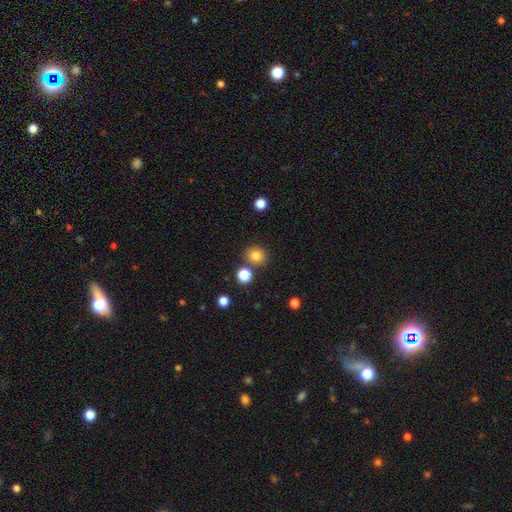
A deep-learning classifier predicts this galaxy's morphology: Smooth or featured?
  - smooth: 82% *
  - star or artifact: 13%
  - featured or disk: 5%
How rounded?
  - round: 83% *
  - in between: 16%
  - cigar-shaped: 1%
Merging?
  - none: 80% *
  - merger: 9%
  - minor disturbance: 8%
  - major disturbance: 3%